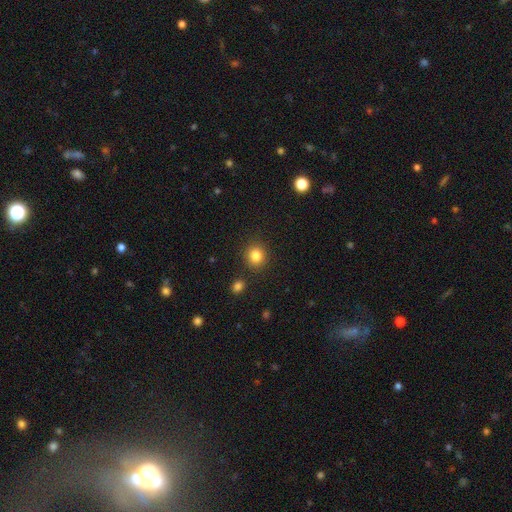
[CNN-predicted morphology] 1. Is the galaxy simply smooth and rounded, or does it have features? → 84% smooth, 11% star or artifact, 5% featured or disk.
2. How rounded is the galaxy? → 85% round, 14% in between, 1% cigar-shaped.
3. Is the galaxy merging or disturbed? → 87% none, 8% minor disturbance, 3% merger, 3% major disturbance.